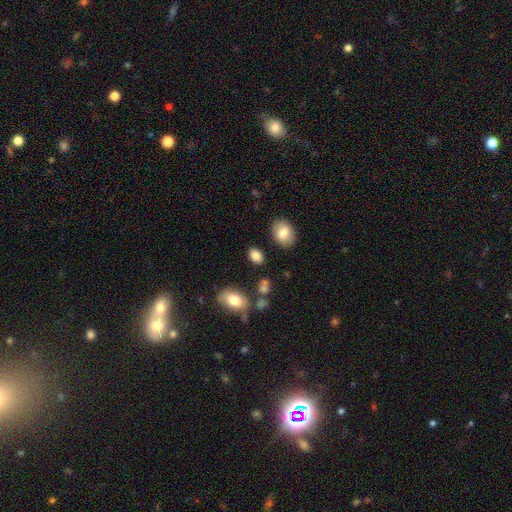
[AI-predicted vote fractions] Smooth or featured: smooth — 84% (star or artifact — 9%)
How rounded: in between — 84% (round — 14%)
Merging: none — 81% (minor disturbance — 11%)